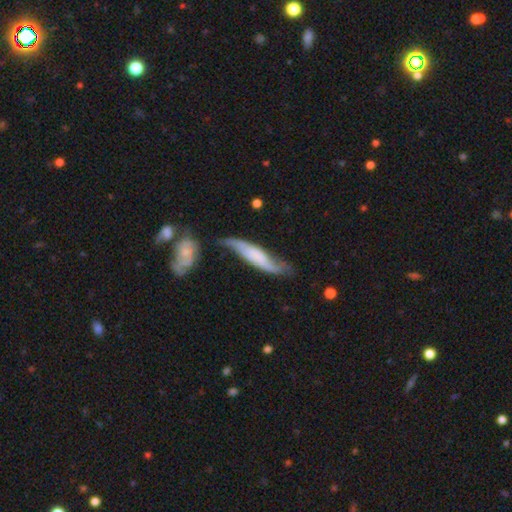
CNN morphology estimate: Smooth or featured? featured or disk (63%)
Edge-on disk? no (65%)
Merging? none (52%)